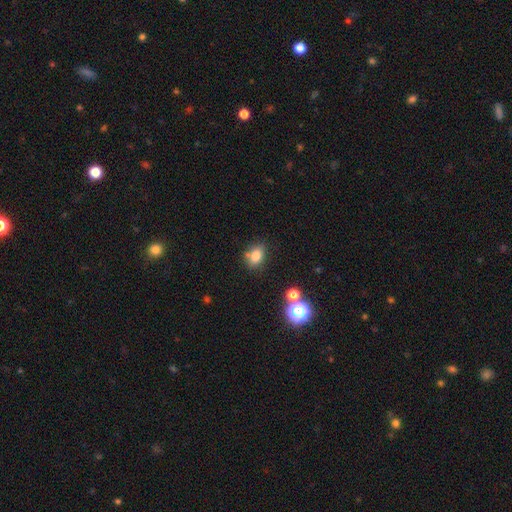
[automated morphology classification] The model was most divided on "how rounded": in between: 71%, round: 27%, cigar-shaped: 2%. More confident: smooth or featured — smooth (79%); merging — none (71%).